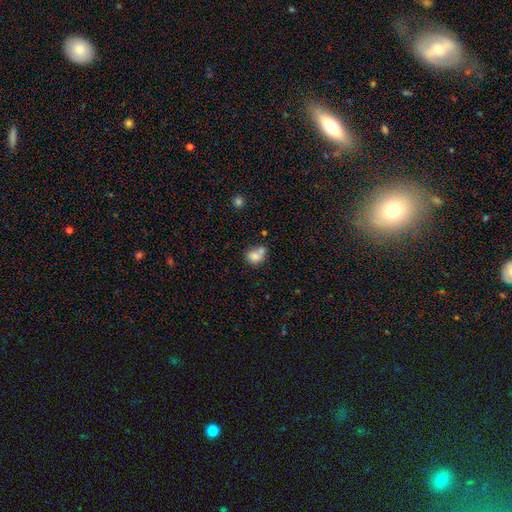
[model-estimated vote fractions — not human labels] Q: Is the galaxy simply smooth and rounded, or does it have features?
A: smooth — 76%.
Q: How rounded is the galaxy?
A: in between — 51%.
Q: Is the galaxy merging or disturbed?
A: merger — 46%.